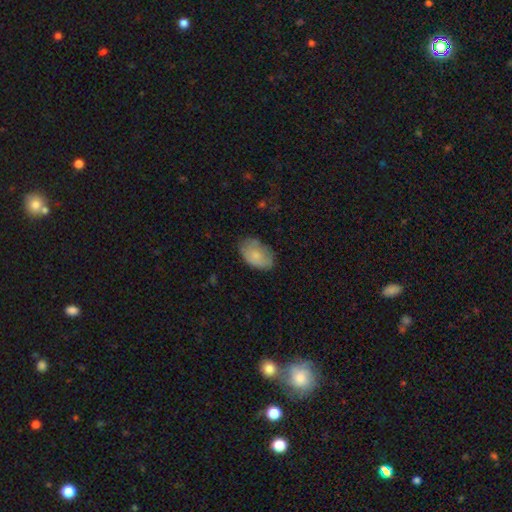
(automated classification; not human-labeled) Morphology: type=smooth (76%); roundness=in between (90%); merging=none (66%).